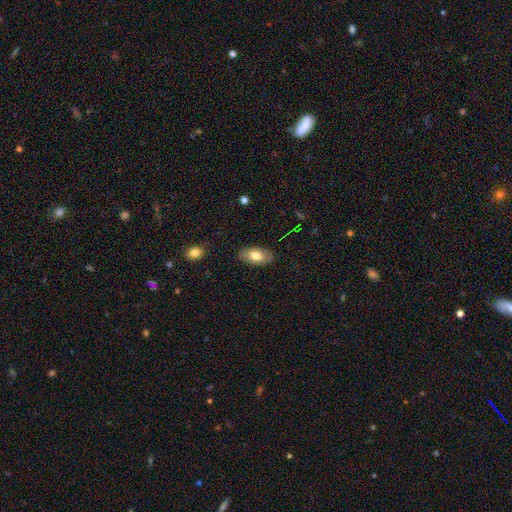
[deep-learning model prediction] Smooth or featured? smooth (75%)
How rounded? in between (93%)
Merging? none (86%)